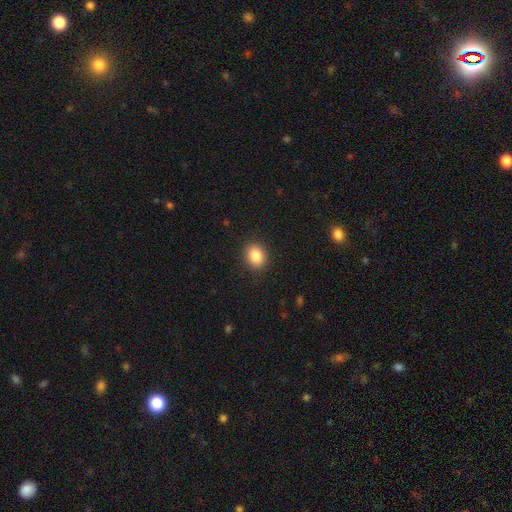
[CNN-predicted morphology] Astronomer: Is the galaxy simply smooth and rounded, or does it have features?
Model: smooth — 86%.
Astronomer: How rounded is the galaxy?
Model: in between — 51% (runner-up: round, 48%).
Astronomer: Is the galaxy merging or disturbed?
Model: none — 89%.